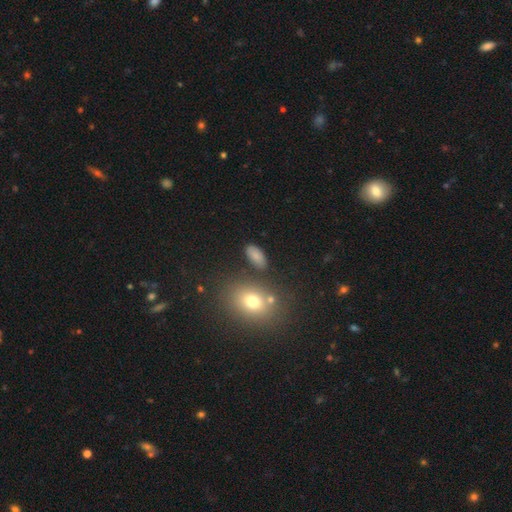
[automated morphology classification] This appears to be a smooth galaxy with no disk features (81%) that is in between round and cigar-shaped (89%). Merging: none (79%).